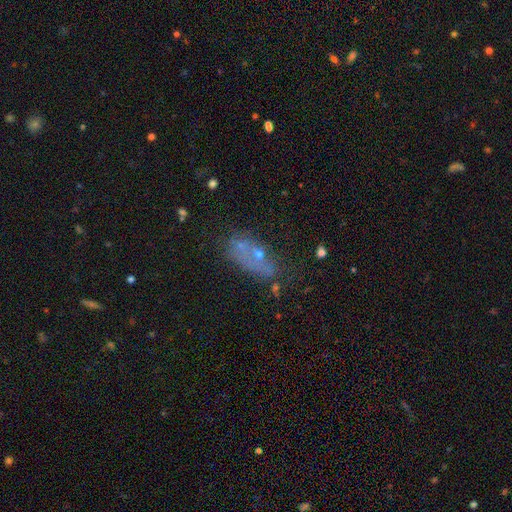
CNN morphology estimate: Smooth or featured? smooth (46%)
Merging? none (38%)